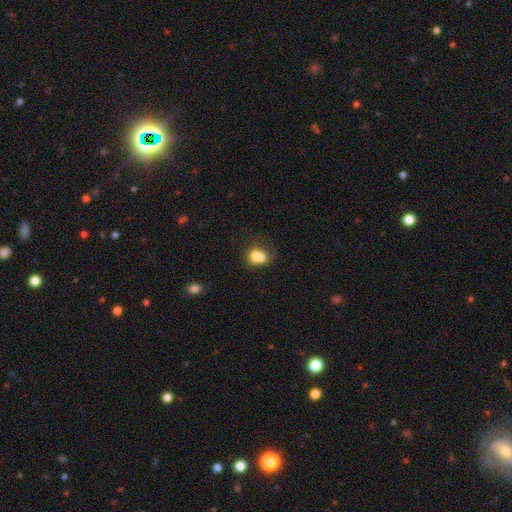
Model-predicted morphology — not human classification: A smooth galaxy with no disk features (71%) that is round (61%).

Vote fractions:
- Smooth or featured? smooth: 71% / featured or disk: 19% / star or artifact: 10%
- How rounded? round: 61% / in between: 38% / cigar-shaped: 1%
- Merging? merger: 59% / none: 28% / minor disturbance: 9% / major disturbance: 5%